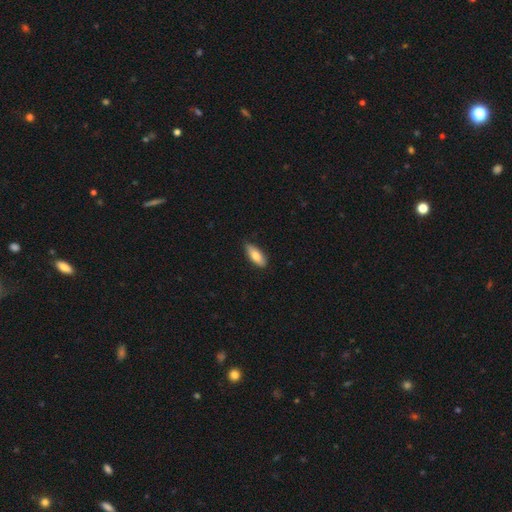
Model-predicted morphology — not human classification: This appears to be a smooth galaxy with no disk features (80%) that is in between round and cigar-shaped (76%). Merging: none (84%).